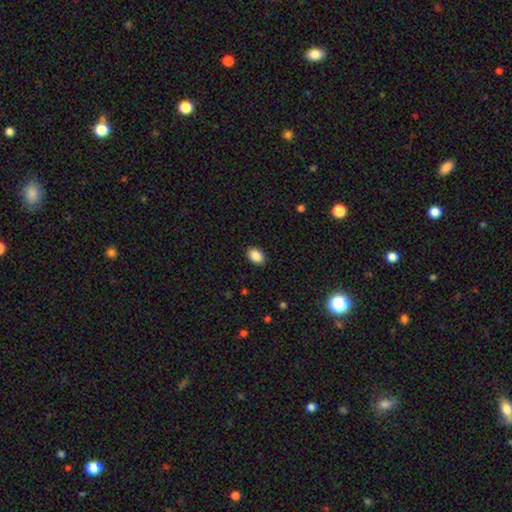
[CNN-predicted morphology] smooth_or_featured: smooth (p=0.89) [alt: star or artifact p=0.08]
how_rounded: in between (p=0.81) [alt: round p=0.18]
merging: none (p=0.90) [alt: minor disturbance p=0.08]